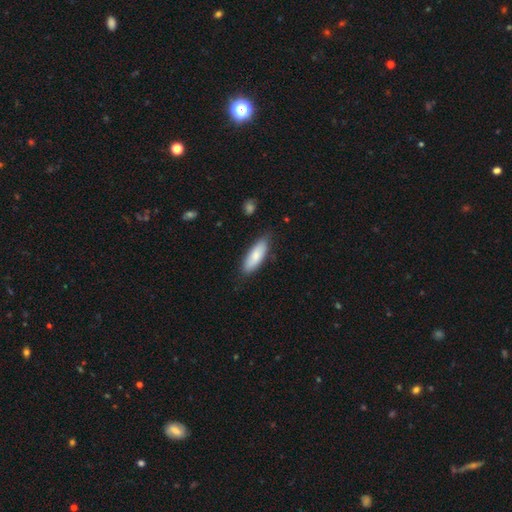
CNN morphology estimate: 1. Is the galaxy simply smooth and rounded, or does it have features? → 79% smooth, 15% featured or disk, 5% star or artifact.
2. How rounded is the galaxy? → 65% in between, 33% cigar-shaped, 2% round.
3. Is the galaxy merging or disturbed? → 79% none, 17% minor disturbance, 3% major disturbance, 2% merger.